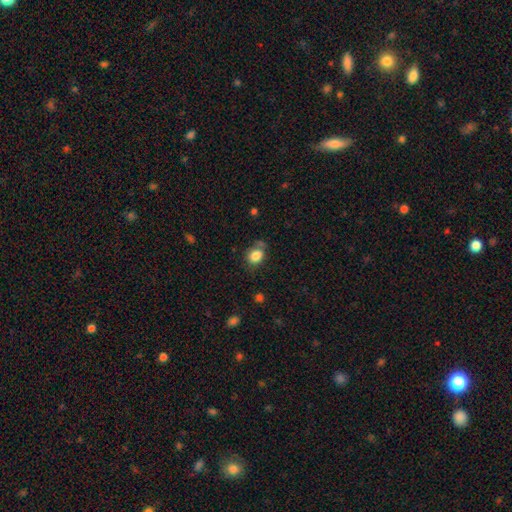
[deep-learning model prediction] A smooth galaxy with no disk features (84%) that is round (51%).

Vote fractions:
- Smooth or featured? smooth: 84% / star or artifact: 10% / featured or disk: 7%
- How rounded? round: 51% / in between: 48% / cigar-shaped: 1%
- Merging? none: 61% / minor disturbance: 21% / merger: 10% / major disturbance: 7%